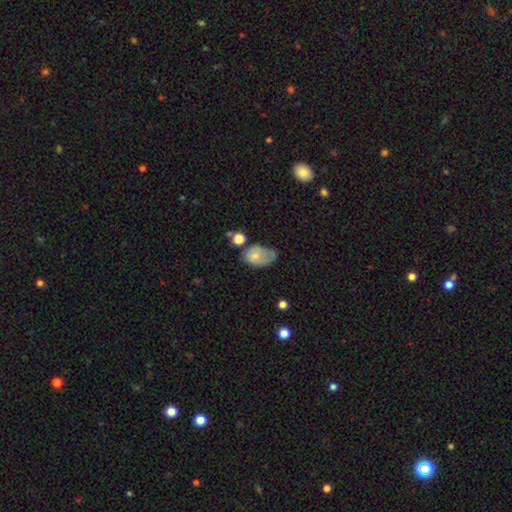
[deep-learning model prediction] This appears to be a smooth galaxy with no disk features (73%) that is in between round and cigar-shaped (86%). Merging: minor disturbance (40%).